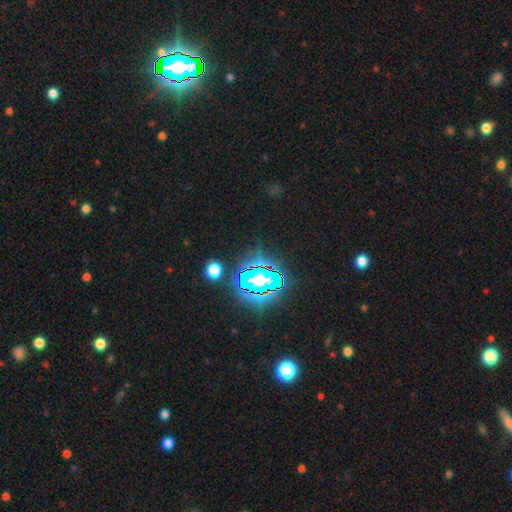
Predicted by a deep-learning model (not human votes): Overall: star or artifact (82%).